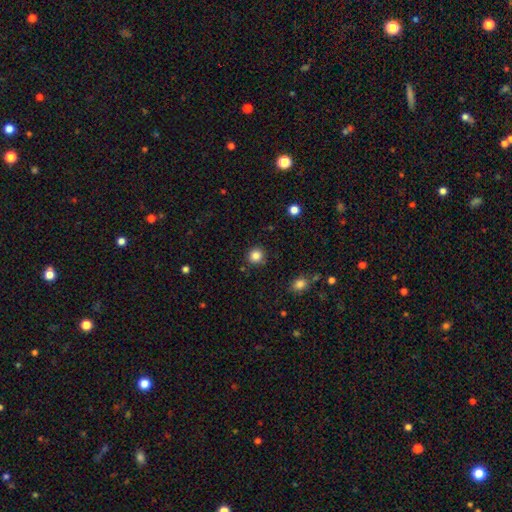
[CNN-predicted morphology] Smooth or featured?
  - smooth: 85% *
  - star or artifact: 11%
  - featured or disk: 4%
How rounded?
  - round: 93% *
  - in between: 6%
  - cigar-shaped: 1%
Merging?
  - none: 89% *
  - minor disturbance: 7%
  - major disturbance: 2%
  - merger: 2%